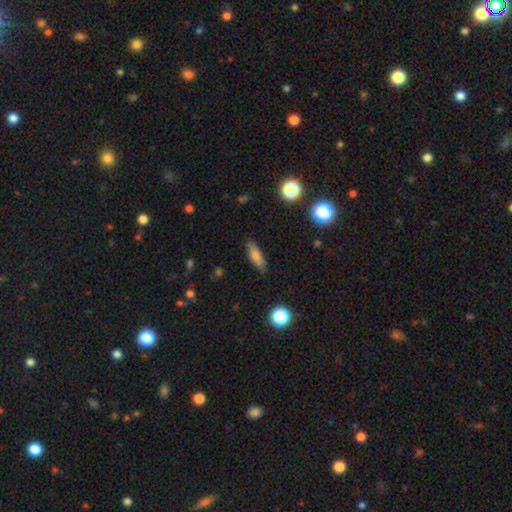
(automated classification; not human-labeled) Overall: smooth (76%). How rounded: cigar-shaped (49%; in between 48%). Merging: none (86%).